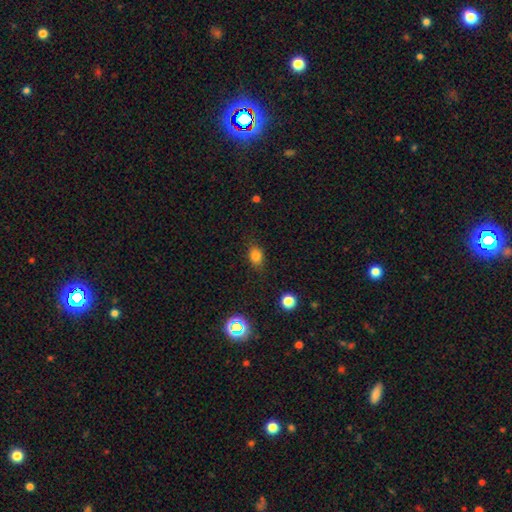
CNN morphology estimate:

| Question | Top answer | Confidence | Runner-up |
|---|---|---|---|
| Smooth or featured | smooth | 79% | star or artifact (14%) |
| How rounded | in between | 63% | round (35%) |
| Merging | none | 80% | minor disturbance (15%) |